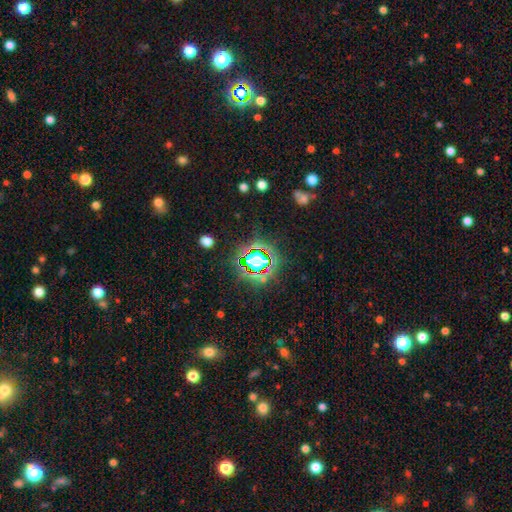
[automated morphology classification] A star or artifact, not a galaxy (64%).